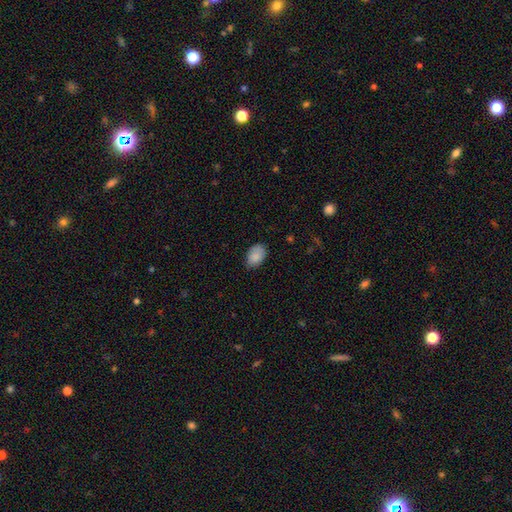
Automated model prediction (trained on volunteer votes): A smooth galaxy with no disk features (88%) that is in between round and cigar-shaped (87%). Merging: none (73%).